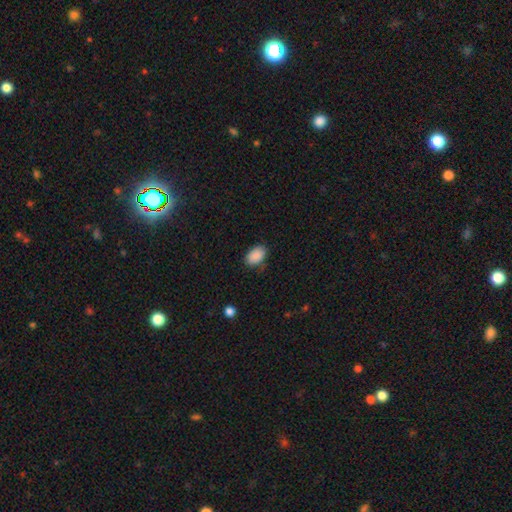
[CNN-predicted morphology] Overall: smooth (89%). How rounded: in between (90%). Merging: none (79%).